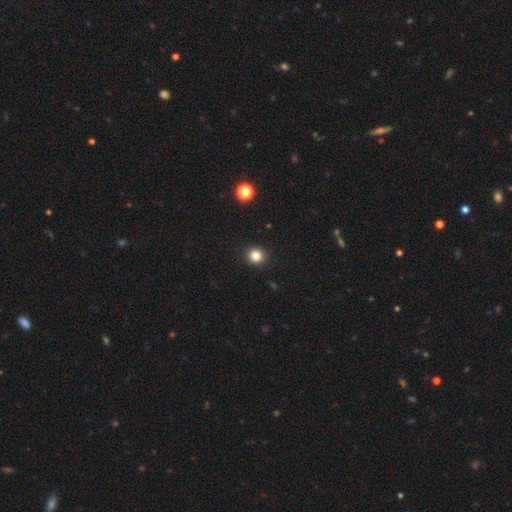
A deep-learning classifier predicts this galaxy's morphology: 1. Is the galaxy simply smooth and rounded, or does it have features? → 84% smooth, 12% star or artifact, 4% featured or disk.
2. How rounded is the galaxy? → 90% round, 9% in between, 1% cigar-shaped.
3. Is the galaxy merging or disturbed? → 92% none, 5% minor disturbance, 2% major disturbance, 1% merger.